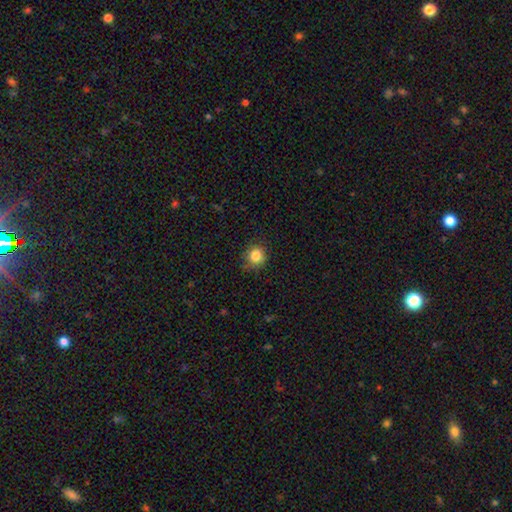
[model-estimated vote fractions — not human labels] A smooth galaxy with no disk features (84%) that is round (88%).

Vote fractions:
- Smooth or featured? smooth: 84% / star or artifact: 11% / featured or disk: 5%
- How rounded? round: 88% / in between: 11% / cigar-shaped: 1%
- Merging? none: 83% / minor disturbance: 13% / major disturbance: 3% / merger: 1%